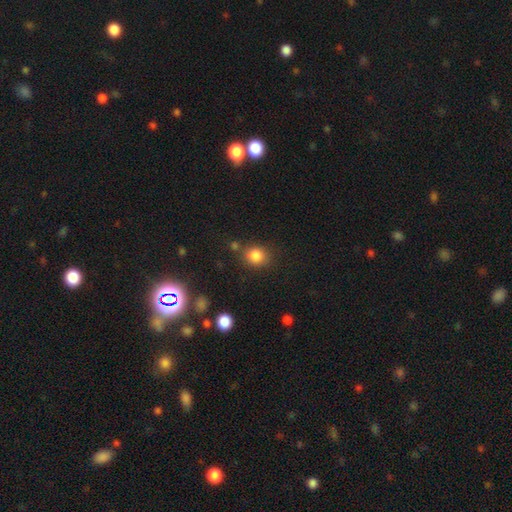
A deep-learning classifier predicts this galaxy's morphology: Smooth or featured?
  - smooth: 84% *
  - star or artifact: 11%
  - featured or disk: 5%
How rounded?
  - round: 78% *
  - in between: 21%
  - cigar-shaped: 1%
Merging?
  - none: 75% *
  - minor disturbance: 13%
  - merger: 8%
  - major disturbance: 4%